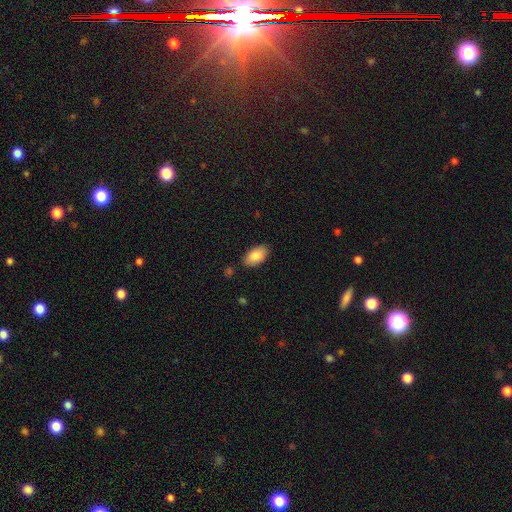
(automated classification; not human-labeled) smooth_or_featured: smooth (p=0.86) [alt: featured or disk p=0.07]
how_rounded: in between (p=0.95) [alt: round p=0.03]
merging: none (p=0.85) [alt: minor disturbance p=0.11]